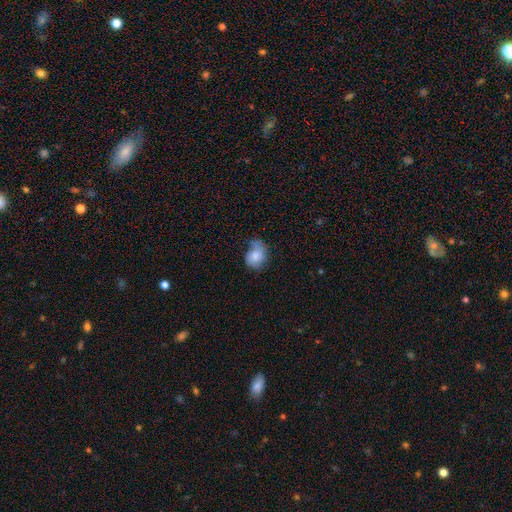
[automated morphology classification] This is likely a smooth galaxy (73%). How rounded: possibly in between (52%). Merging: marginally none (44%).